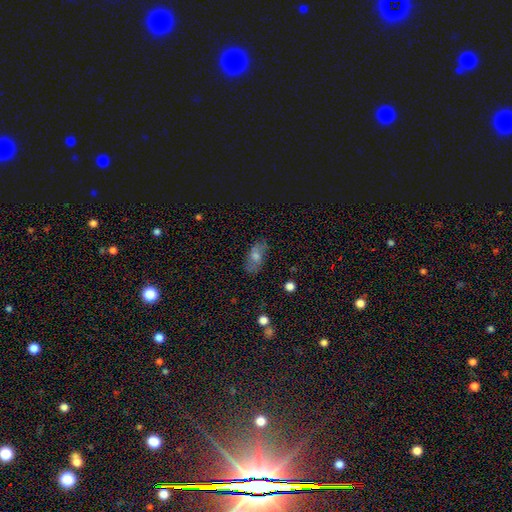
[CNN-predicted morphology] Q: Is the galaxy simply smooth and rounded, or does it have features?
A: smooth — 50%.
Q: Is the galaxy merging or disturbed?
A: none — 79%.